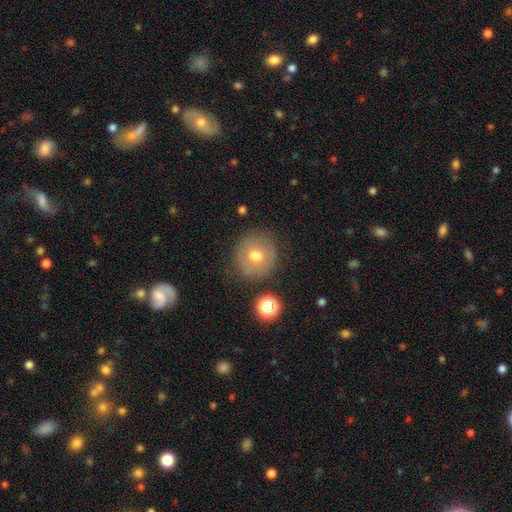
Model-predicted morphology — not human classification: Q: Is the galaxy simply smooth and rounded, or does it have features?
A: smooth — 65%.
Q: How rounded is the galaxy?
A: round — 93%.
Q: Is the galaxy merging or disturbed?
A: none — 83%.